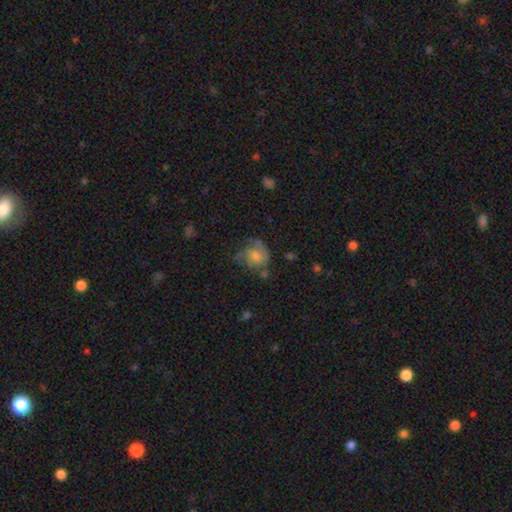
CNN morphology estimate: Overall: smooth (48%; featured or disk 42%). Merging: none (43%; minor disturbance 27%).